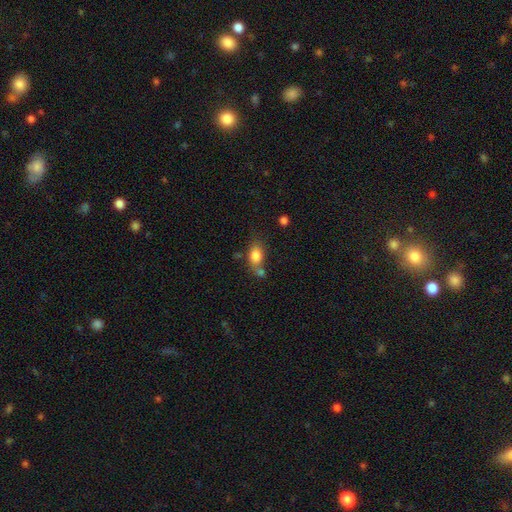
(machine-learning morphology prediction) type=smooth (82%); roundness=in between (77%); merging=none (49%).